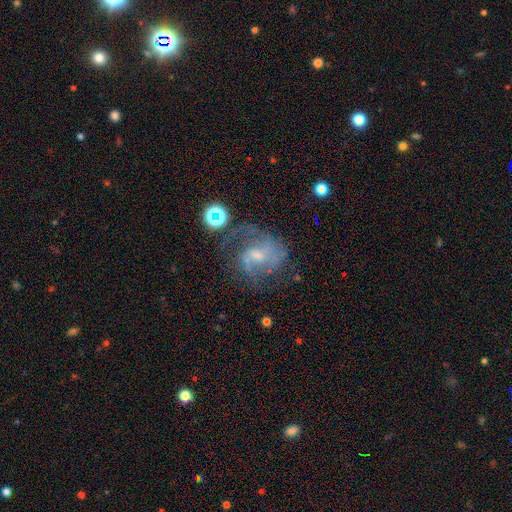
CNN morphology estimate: Smooth or featured?
  - featured or disk: 71% *
  - smooth: 15%
  - star or artifact: 13%
Edge-on disk?
  - no: 97% *
  - yes: 3%
Bar?
  - weak: 50% *
  - no: 39%
  - strong: 11%
Spiral arms?
  - yes: 86% *
  - no: 14%
Spiral winding?
  - medium: 47% *
  - loose: 27%
  - tight: 26%
Spiral arm count?
  - 2: 51% *
  - can't tell: 26%
  - 3: 10%
  - 1: 8%
  - 4: 3%
  - more than 4: 3%
Bulge size?
  - small: 51% *
  - moderate: 34%
  - none: 11%
  - large: 2%
  - dominant: 1%
Merging?
  - none: 53% *
  - minor disturbance: 21%
  - major disturbance: 21%
  - merger: 6%